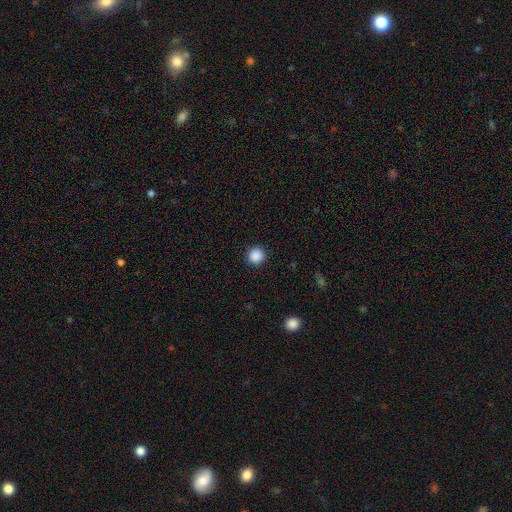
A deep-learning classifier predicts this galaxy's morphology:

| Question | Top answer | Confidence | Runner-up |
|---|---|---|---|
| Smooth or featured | smooth | 88% | star or artifact (10%) |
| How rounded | round | 95% | in between (4%) |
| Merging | none | 92% | minor disturbance (5%) |